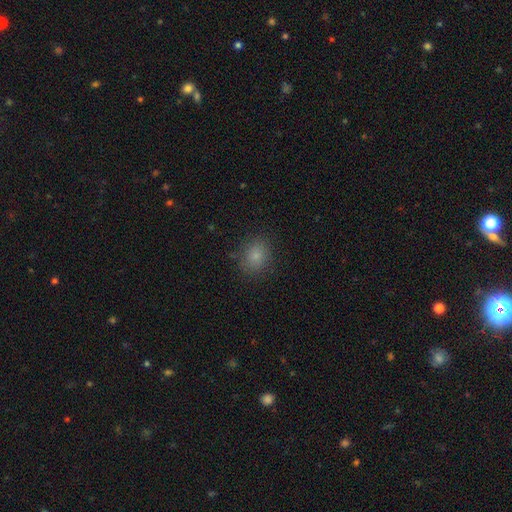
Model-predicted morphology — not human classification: smooth-or-featured: smooth: 81% | star or artifact: 12% | featured or disk: 7%
  how-rounded: round: 51% | in between: 47% | cigar-shaped: 1%
  merging: none: 83% | minor disturbance: 12% | major disturbance: 4% | merger: 1%